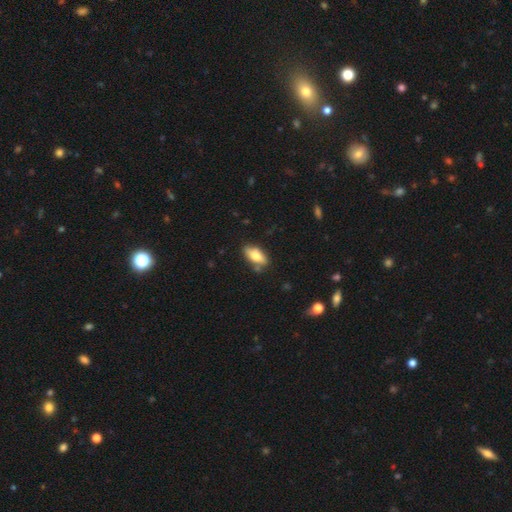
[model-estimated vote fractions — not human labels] This is likely a smooth galaxy (74%). How rounded: clearly in between (84%). Merging: likely none (72%).